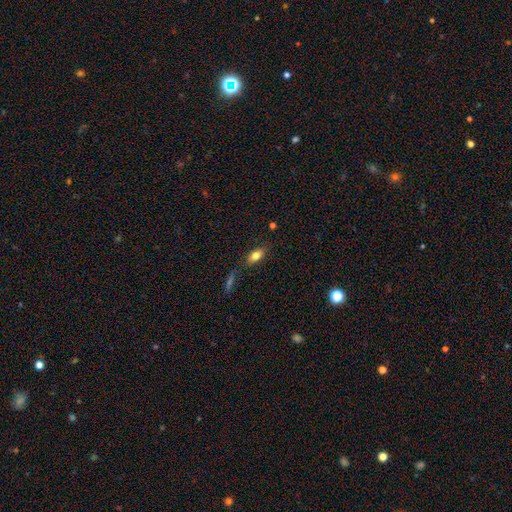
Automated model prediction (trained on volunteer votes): This is likely a smooth galaxy (73%). How rounded: likely in between (79%). Merging: likely none (77%).